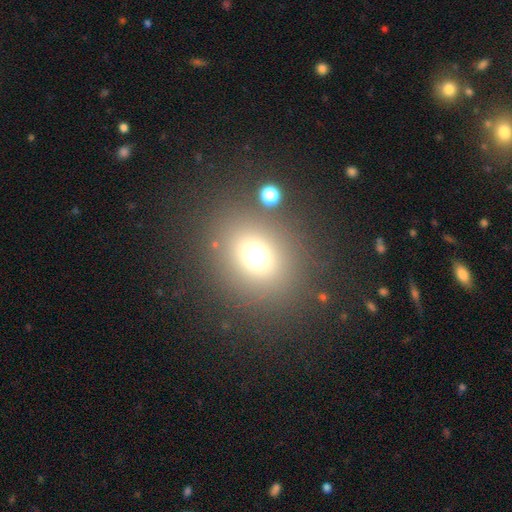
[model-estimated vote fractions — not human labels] Smooth or featured? smooth (68%)
How rounded? round (77%)
Merging? none (82%)